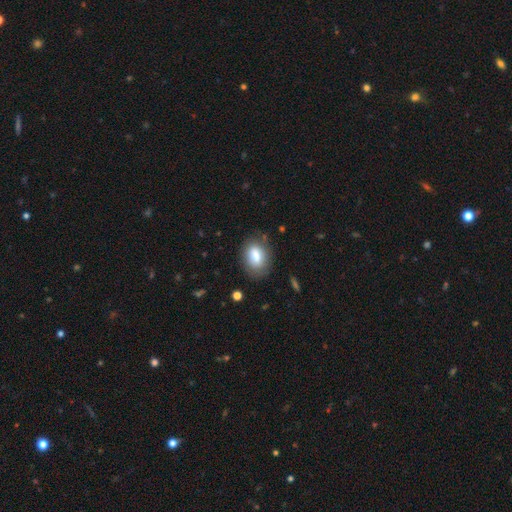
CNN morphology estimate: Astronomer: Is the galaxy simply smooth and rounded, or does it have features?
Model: smooth — 81%.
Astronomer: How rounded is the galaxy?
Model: in between — 85%.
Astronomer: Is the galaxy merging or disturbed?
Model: none — 76%.